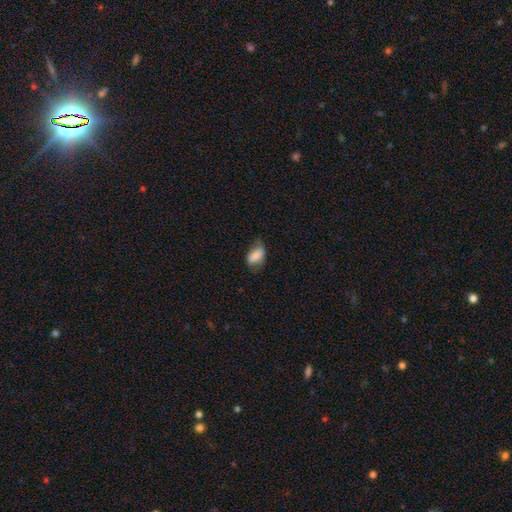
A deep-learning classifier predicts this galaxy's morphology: type=smooth (76%); roundness=in between (89%); merging=none (53%).